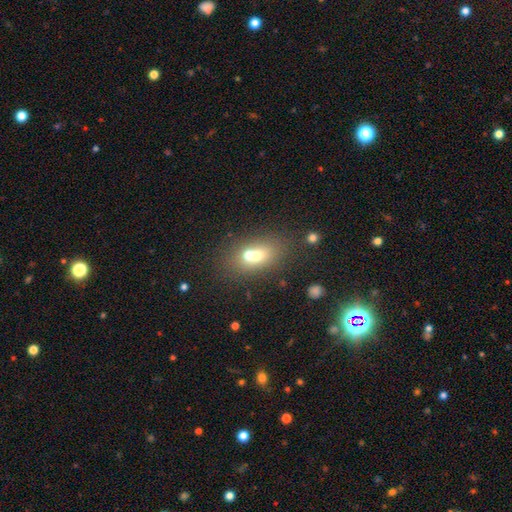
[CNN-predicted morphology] This is likely a smooth galaxy (62%). How rounded: likely in between (65%). Merging: possibly merger (50%).